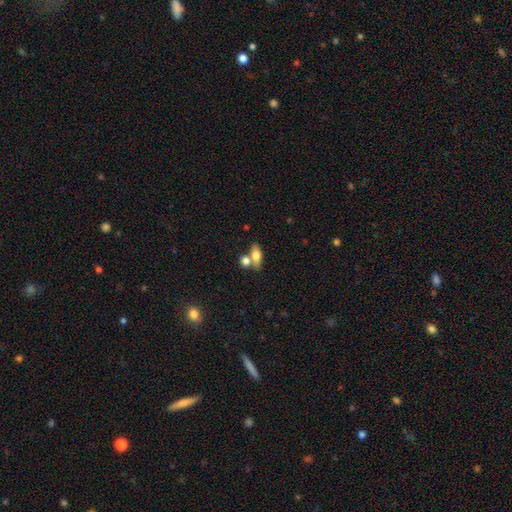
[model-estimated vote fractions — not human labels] A smooth galaxy with no disk features (71%) that is in between round and cigar-shaped (74%). Merging: none (50%).